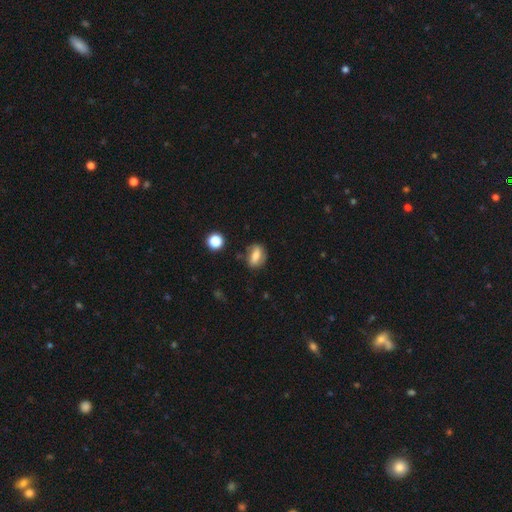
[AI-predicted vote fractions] smooth-or-featured: smooth: 60% | featured or disk: 31% | star or artifact: 10%
  how-rounded: in between: 72% | round: 21% | cigar-shaped: 7%
  merging: none: 71% | minor disturbance: 19% | major disturbance: 6% | merger: 4%